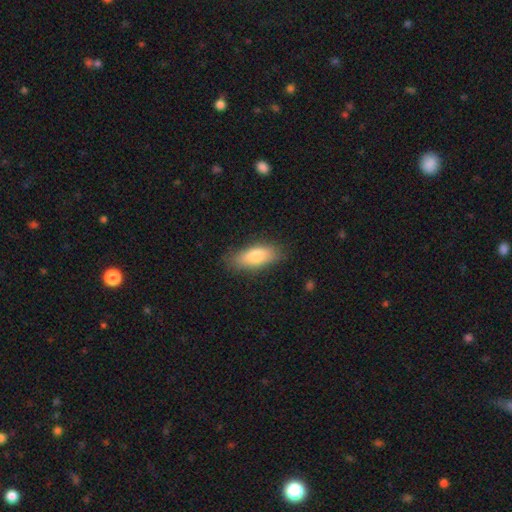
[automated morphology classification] The model was most divided on "how rounded": in between: 74%, cigar-shaped: 24%, round: 2%. More confident: merging — none (81%); smooth or featured — smooth (80%).